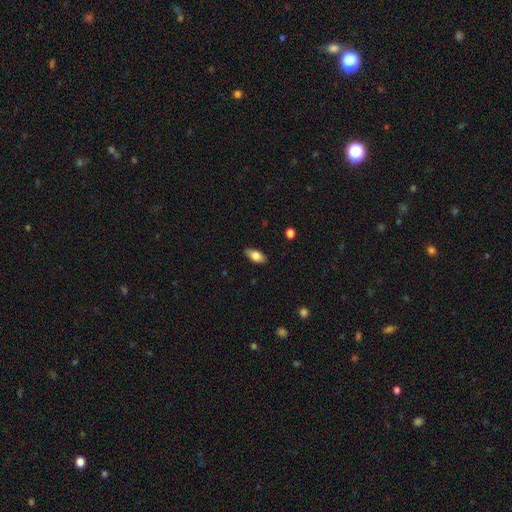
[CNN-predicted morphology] Smooth or featured? smooth (79%)
How rounded? in between (88%)
Merging? none (85%)